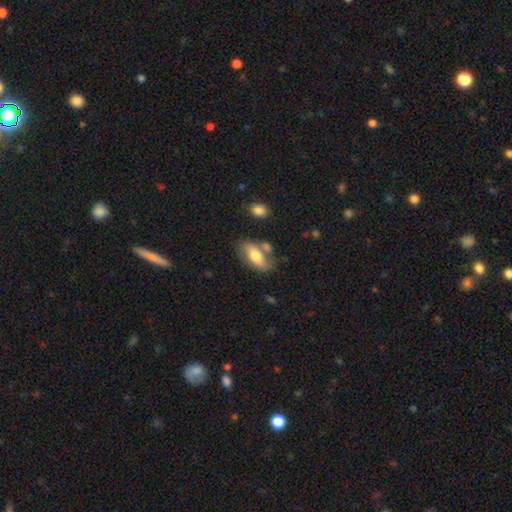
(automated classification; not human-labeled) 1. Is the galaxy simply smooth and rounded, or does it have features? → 61% smooth, 32% featured or disk, 7% star or artifact.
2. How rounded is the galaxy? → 85% in between, 9% cigar-shaped, 5% round.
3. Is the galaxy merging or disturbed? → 60% none, 18% minor disturbance, 15% merger, 7% major disturbance.